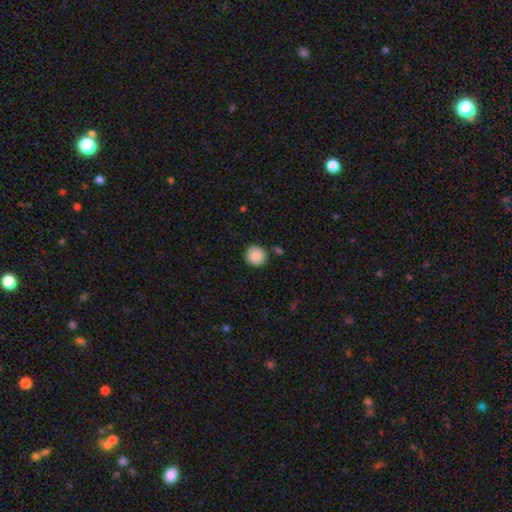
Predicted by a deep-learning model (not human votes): Q: Smooth or featured?
A: smooth (89%); runner-up: star or artifact (8%)
Q: How rounded?
A: round (92%); runner-up: in between (7%)
Q: Merging?
A: none (86%); runner-up: minor disturbance (8%)